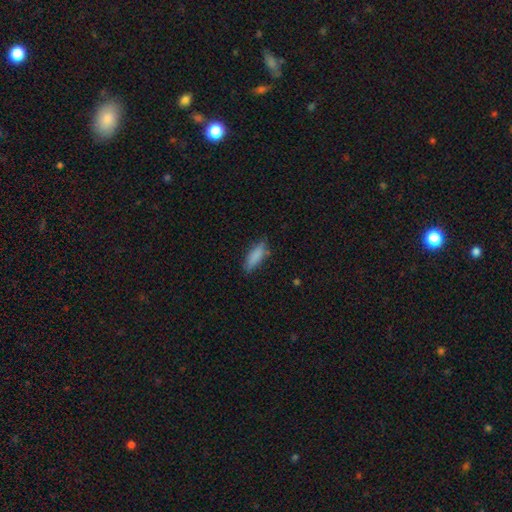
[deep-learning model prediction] smooth 84%, featured or disk 9%, star or artifact 7%. Down the decision tree: how rounded — in between (52%); merging — none (78%).